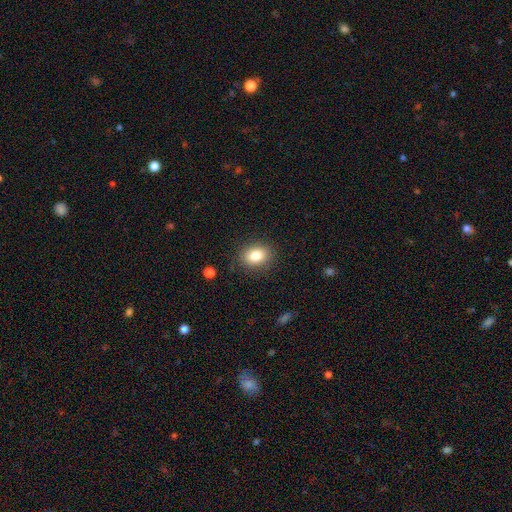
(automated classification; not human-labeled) Smooth or featured? Predicted: smooth (p=0.83). How rounded? Predicted: in between (p=0.68). Merging? Predicted: none (p=0.86).